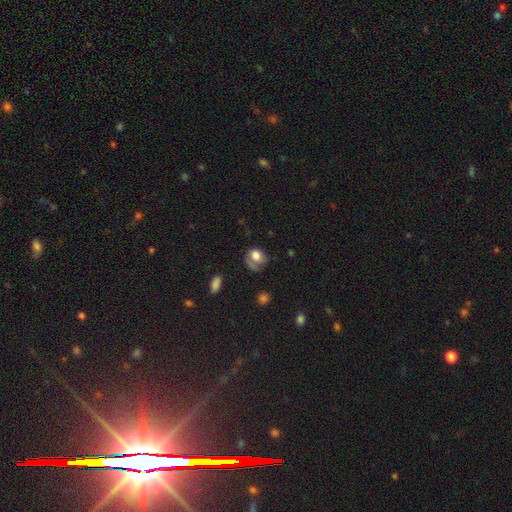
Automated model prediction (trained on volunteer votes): Smooth or featured?
  - smooth: 70% *
  - featured or disk: 20%
  - star or artifact: 9%
How rounded?
  - round: 57% *
  - in between: 42%
  - cigar-shaped: 1%
Merging?
  - none: 38% *
  - minor disturbance: 30%
  - major disturbance: 28%
  - merger: 3%